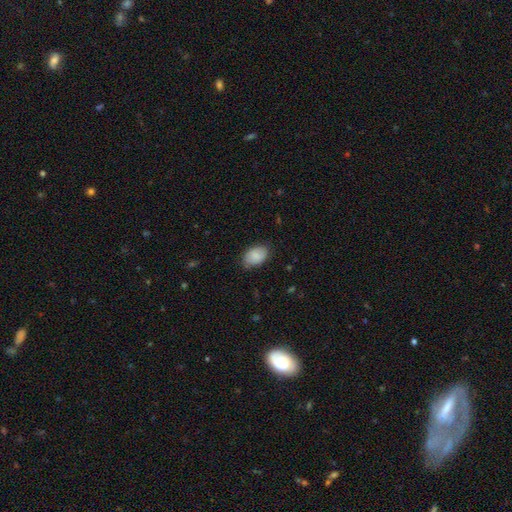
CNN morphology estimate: smooth 83%, featured or disk 10%, star or artifact 7%. Down the decision tree: how rounded — in between (82%); merging — none (76%).